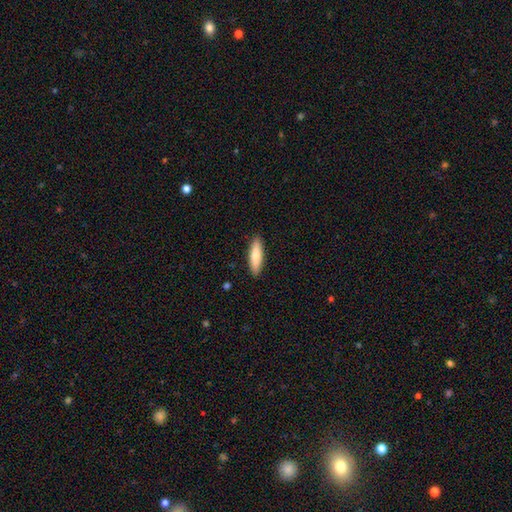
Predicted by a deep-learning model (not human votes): The model was most divided on "how rounded": cigar-shaped: 61%, in between: 37%, round: 2%. More confident: merging — none (90%); smooth or featured — smooth (75%).